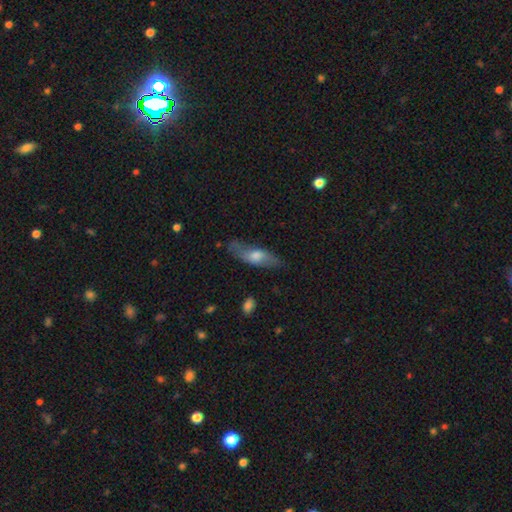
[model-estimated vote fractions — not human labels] This appears to be a featured or disk galaxy (47%). Merging: none (74%).